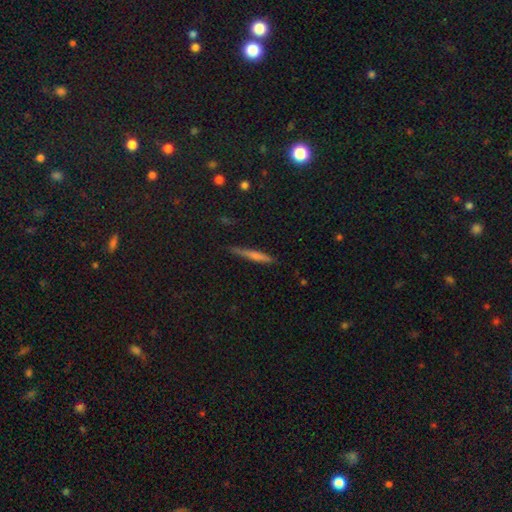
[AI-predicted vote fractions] smooth 49%, featured or disk 41%, star or artifact 10%. Down the decision tree: merging — none (83%).